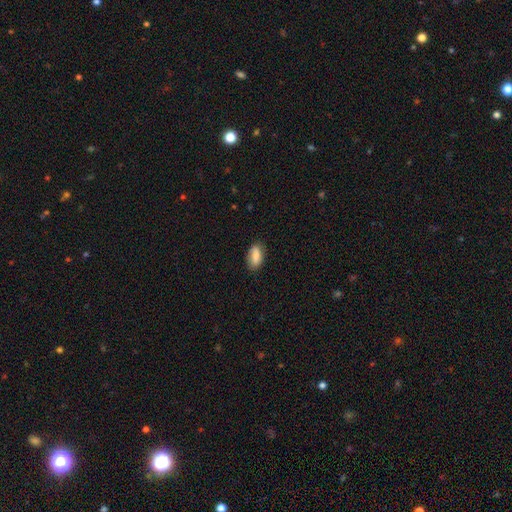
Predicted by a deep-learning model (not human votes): Morphology: type=smooth (76%); roundness=in between (90%); merging=none (83%).